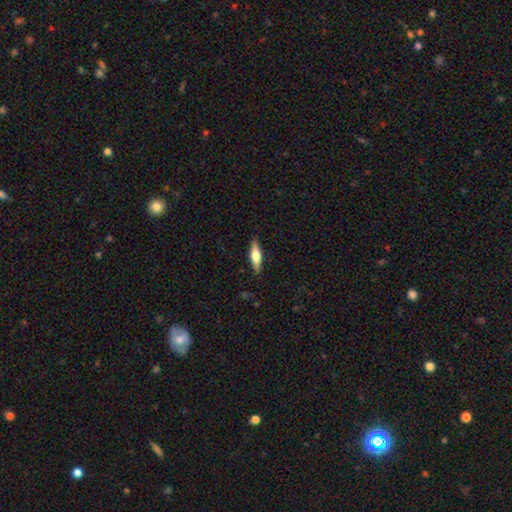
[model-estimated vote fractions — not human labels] Smooth or featured?
  - smooth: 48% *
  - featured or disk: 46%
  - star or artifact: 6%
Merging?
  - none: 88% *
  - minor disturbance: 9%
  - major disturbance: 2%
  - merger: 1%